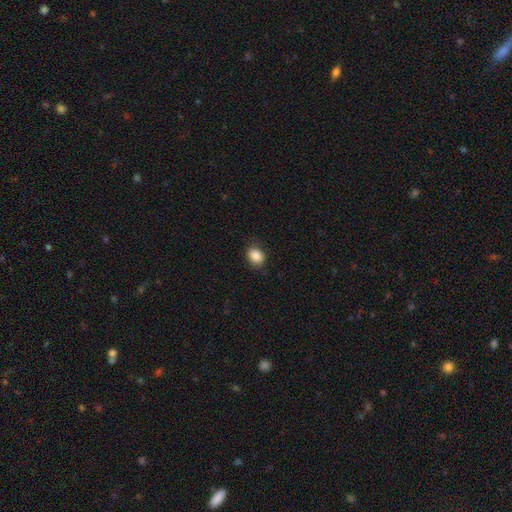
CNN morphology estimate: A smooth galaxy with no disk features (87%) that is in between round and cigar-shaped (56%). Merging: none (83%).